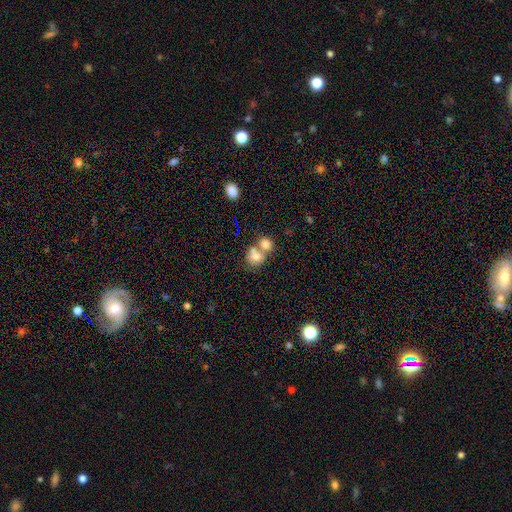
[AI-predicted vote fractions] The model was most divided on "merging": merger: 60%, none: 30%, minor disturbance: 7%, major disturbance: 3%. More confident: smooth or featured — smooth (73%); how rounded — round (70%).